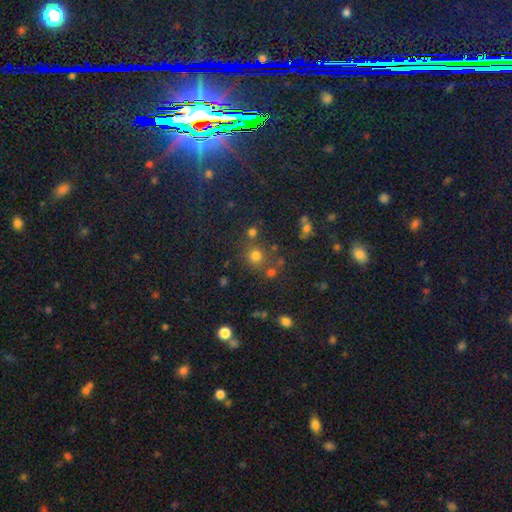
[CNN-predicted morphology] Q: Smooth or featured?
A: smooth (69%); runner-up: star or artifact (23%)
Q: How rounded?
A: round (88%); runner-up: in between (11%)
Q: Merging?
A: none (71%); runner-up: merger (15%)